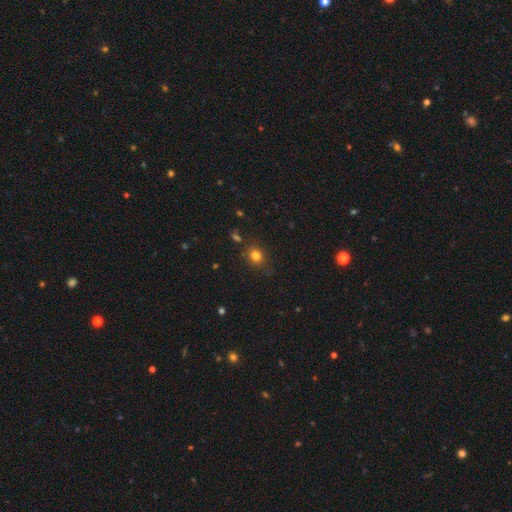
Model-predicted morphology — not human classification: This appears to be a smooth galaxy with no disk features (78%) that is round (68%). Merging: none (79%).